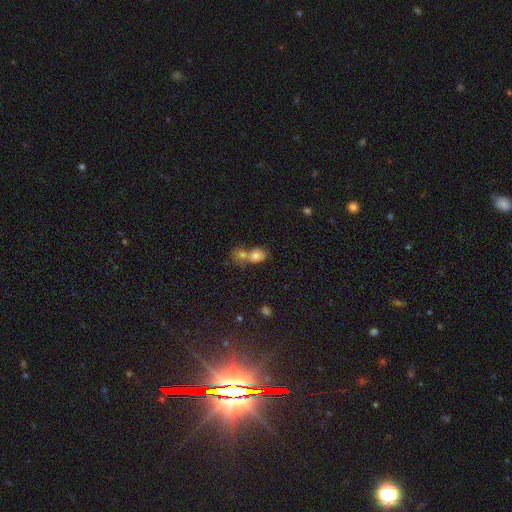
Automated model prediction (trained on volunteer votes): Morphology: type=smooth (75%); roundness=in between (49%, tied with round); merging=merger (63%).